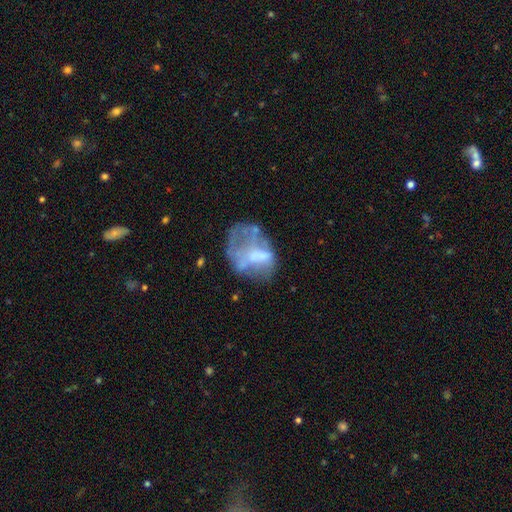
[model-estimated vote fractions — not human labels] A featured or disk galaxy (54%) with no bar (77%), no spiral arms (89%) and no central bulge (53%). Merging: major disturbance (35%).